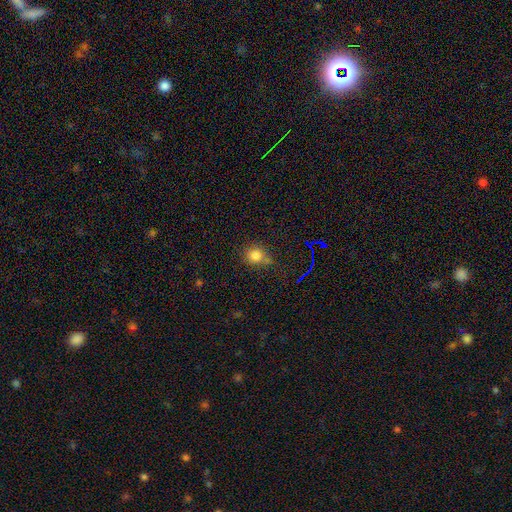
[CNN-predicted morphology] Smooth or featured? smooth (79%)
How rounded? round (86%)
Merging? none (66%)